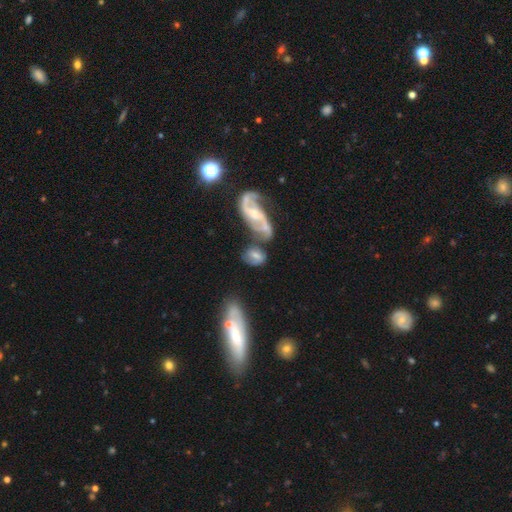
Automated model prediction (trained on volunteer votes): Overall: featured or disk (48%; smooth 43%). Merging: merger (39%; none 34%).